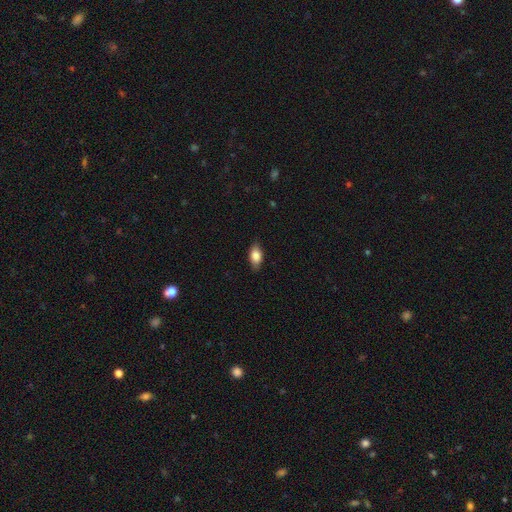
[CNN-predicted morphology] Smooth or featured?
  - smooth: 82% *
  - featured or disk: 11%
  - star or artifact: 7%
How rounded?
  - in between: 89% *
  - round: 6%
  - cigar-shaped: 5%
Merging?
  - none: 84% *
  - minor disturbance: 13%
  - major disturbance: 2%
  - merger: 1%